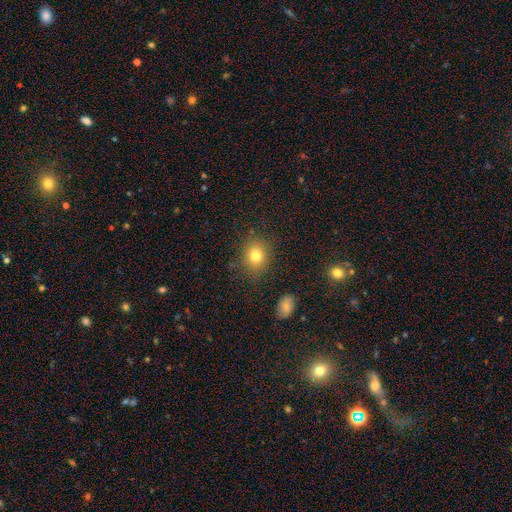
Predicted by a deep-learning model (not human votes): Q: Smooth or featured?
A: smooth (79%); runner-up: star or artifact (13%)
Q: How rounded?
A: round (63%); runner-up: in between (36%)
Q: Merging?
A: none (82%); runner-up: minor disturbance (11%)